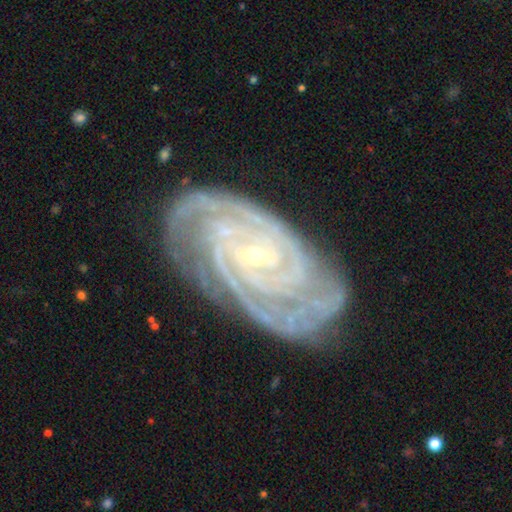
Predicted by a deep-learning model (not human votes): A featured or disk galaxy (92%) with no bar (40%), 3 (23%, tied with 2) tight (81%) spiral arms (99%) and a small central bulge (80%). Merging: none (76%).